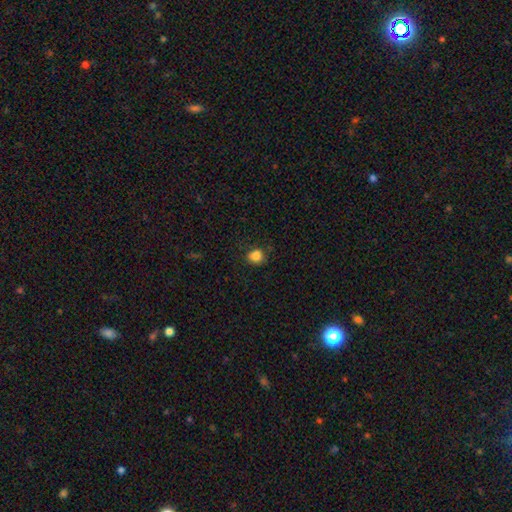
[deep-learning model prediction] Overall: smooth (85%). How rounded: round (76%). Merging: none (81%).